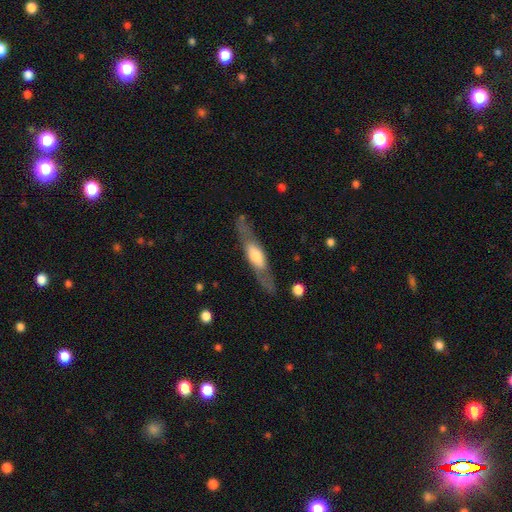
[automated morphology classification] Smooth or featured: featured or disk — 58% (smooth — 37%)
Edge-on disk: yes — 68% (no — 32%)
Merging: none — 76% (minor disturbance — 15%)